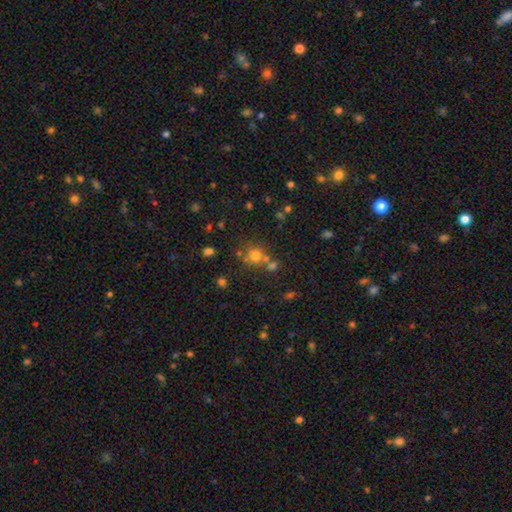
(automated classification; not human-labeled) This appears to be a smooth galaxy with no disk features (66%) that is round (87%). Merging: none (61%).